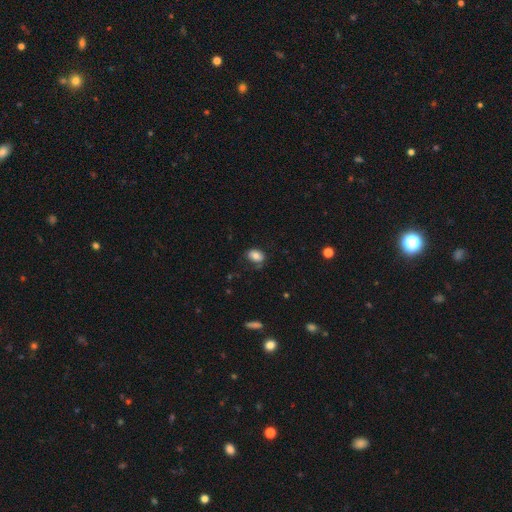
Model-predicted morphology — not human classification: The model was most divided on "merging": none: 68%, minor disturbance: 22%, major disturbance: 7%, merger: 3%. More confident: smooth or featured — smooth (80%); how rounded — in between (77%).